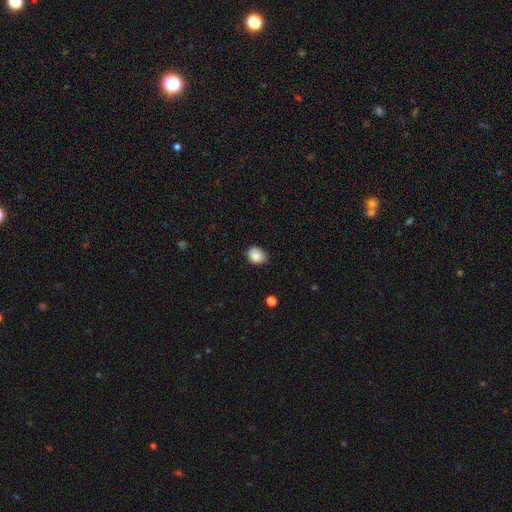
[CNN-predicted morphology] Smooth or featured?
  - smooth: 88% *
  - star or artifact: 8%
  - featured or disk: 4%
How rounded?
  - in between: 52% *
  - round: 47%
  - cigar-shaped: 1%
Merging?
  - none: 77% *
  - minor disturbance: 19%
  - major disturbance: 3%
  - merger: 1%